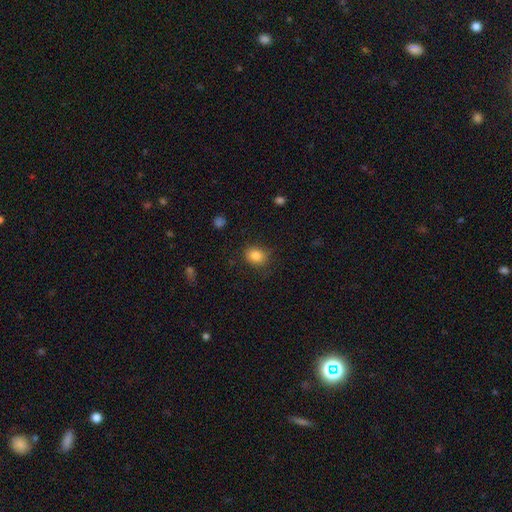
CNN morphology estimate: This appears to be a smooth galaxy with no disk features (84%) that is round (58%). Merging: none (82%).